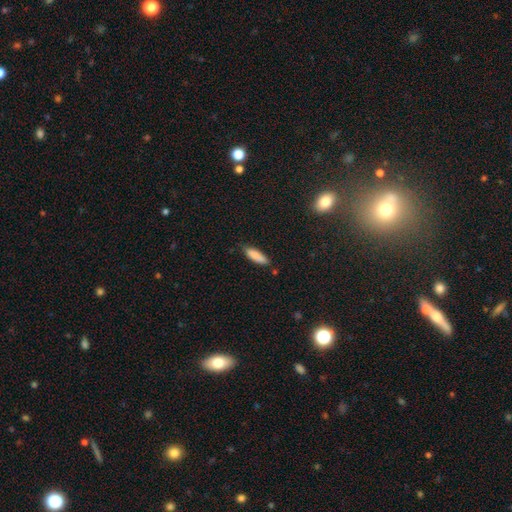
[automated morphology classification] type=smooth (85%); roundness=cigar-shaped (53%); merging=none (77%).